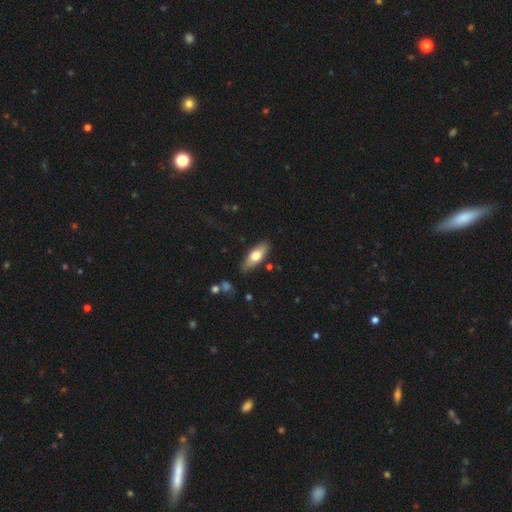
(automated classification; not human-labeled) The model was most divided on "how rounded": in between: 67%, cigar-shaped: 31%, round: 3%. More confident: merging — none (83%); smooth or featured — smooth (65%).